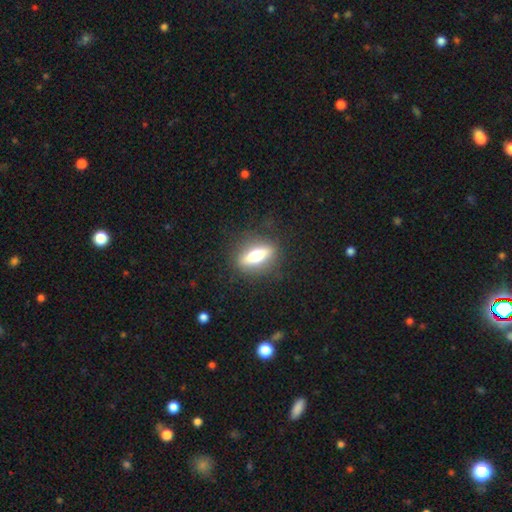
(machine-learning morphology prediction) A smooth galaxy with no disk features (51%) that is in between round and cigar-shaped (53%).

Vote fractions:
- Smooth or featured? smooth: 51% / featured or disk: 41% / star or artifact: 8%
- How rounded? in between: 53% / cigar-shaped: 41% / round: 6%
- Merging? none: 85% / minor disturbance: 10% / major disturbance: 4% / merger: 1%